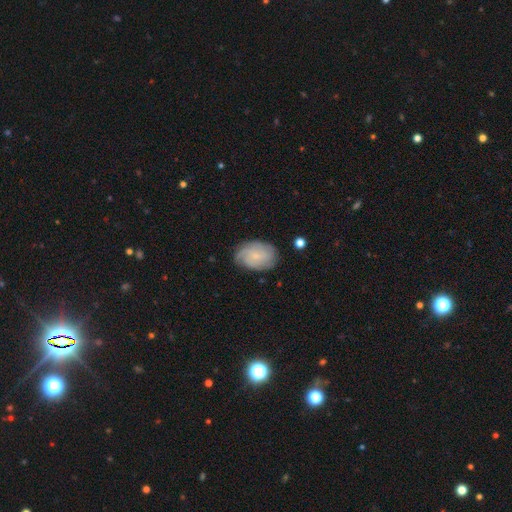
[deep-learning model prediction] A featured or disk galaxy (58%) with no bar (73%), tight (58%) spiral arms (90%) and a small central bulge (76%).

Vote fractions:
- Smooth or featured? featured or disk: 58% / smooth: 34% / star or artifact: 7%
- Edge-on disk? no: 97% / yes: 3%
- Bar? no: 73% / weak: 24% / strong: 3%
- Spiral arms? yes: 90% / no: 10%
- Spiral winding? tight: 58% / medium: 31% / loose: 11%
- Spiral arm count? can't tell: 42% / 3: 20% / 2: 14% / 4: 13% / 1: 6% / more than 4: 6%
- Bulge size? small: 76% / moderate: 14% / none: 8% / large: 1% / dominant: 1%
- Merging? none: 75% / minor disturbance: 19% / major disturbance: 5% / merger: 1%